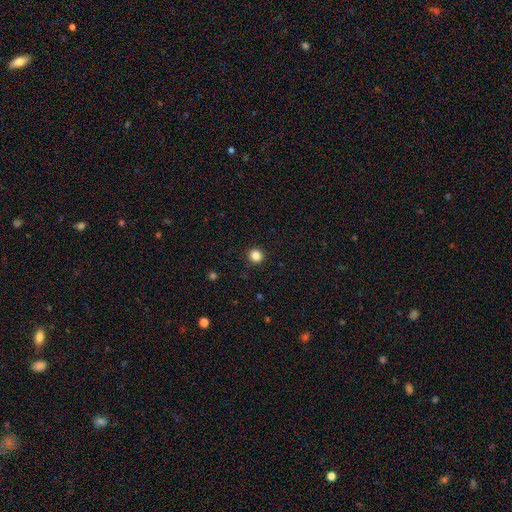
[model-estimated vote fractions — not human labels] A smooth galaxy with no disk features (85%) that is round (92%).

Vote fractions:
- Smooth or featured? smooth: 85% / star or artifact: 12% / featured or disk: 4%
- How rounded? round: 92% / in between: 7% / cigar-shaped: 1%
- Merging? none: 92% / minor disturbance: 5% / major disturbance: 2% / merger: 1%